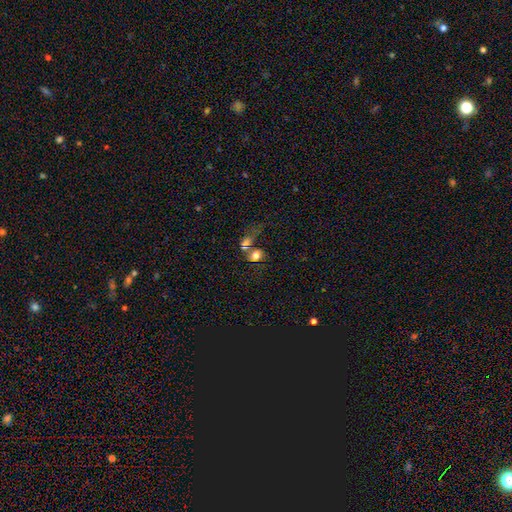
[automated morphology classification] smooth 66%, featured or disk 22%, star or artifact 12%. Down the decision tree: how rounded — in between (60%); merging — merger (54%).